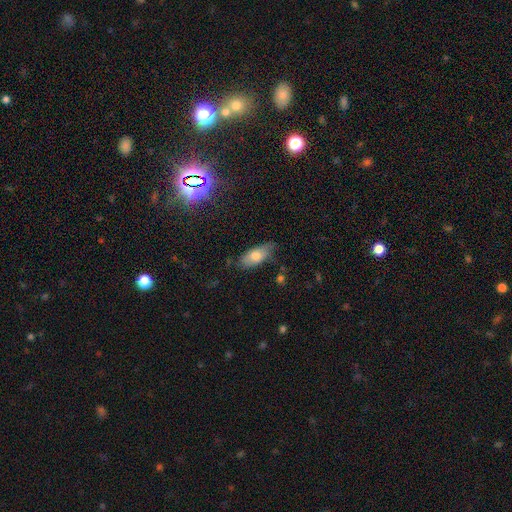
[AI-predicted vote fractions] Smooth or featured: smooth — 73% (featured or disk — 20%)
How rounded: in between — 84% (cigar-shaped — 13%)
Merging: none — 67% (minor disturbance — 26%)